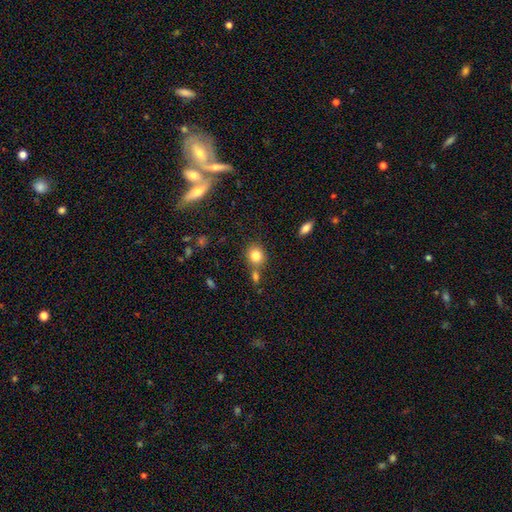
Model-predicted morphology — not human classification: Smooth or featured?
  - smooth: 82% *
  - star or artifact: 10%
  - featured or disk: 8%
How rounded?
  - round: 77% *
  - in between: 22%
  - cigar-shaped: 1%
Merging?
  - none: 67% *
  - merger: 19%
  - minor disturbance: 11%
  - major disturbance: 3%